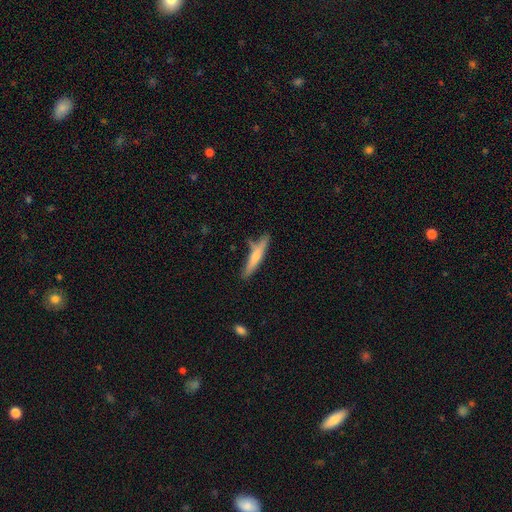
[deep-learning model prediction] Overall: smooth (61%; featured or disk 33%). How rounded: cigar-shaped (89%). Merging: none (69%).